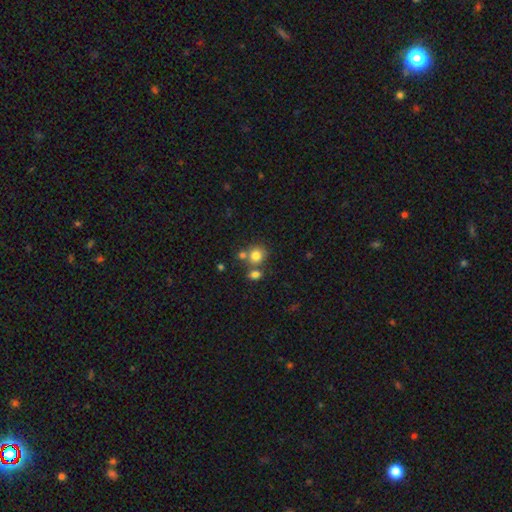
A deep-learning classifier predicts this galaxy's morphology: Smooth or featured?
  - smooth: 79% *
  - star or artifact: 12%
  - featured or disk: 9%
How rounded?
  - round: 82% *
  - in between: 17%
  - cigar-shaped: 1%
Merging?
  - none: 59% *
  - merger: 27%
  - minor disturbance: 10%
  - major disturbance: 4%